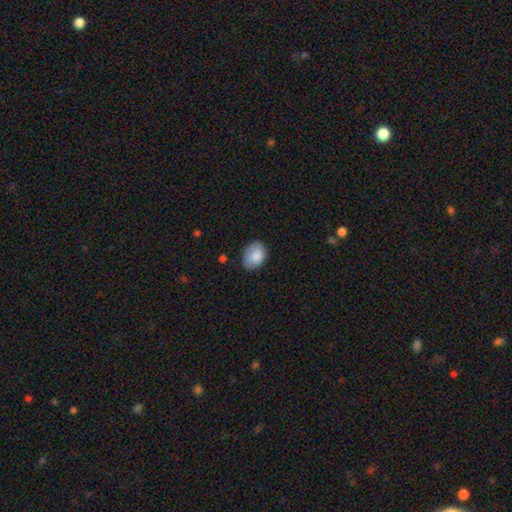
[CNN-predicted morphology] A smooth galaxy with no disk features (86%) that is in between round and cigar-shaped (79%).

Vote fractions:
- Smooth or featured? smooth: 86% / featured or disk: 7% / star or artifact: 7%
- How rounded? in between: 79% / round: 20% / cigar-shaped: 1%
- Merging? none: 73% / minor disturbance: 21% / major disturbance: 4% / merger: 1%